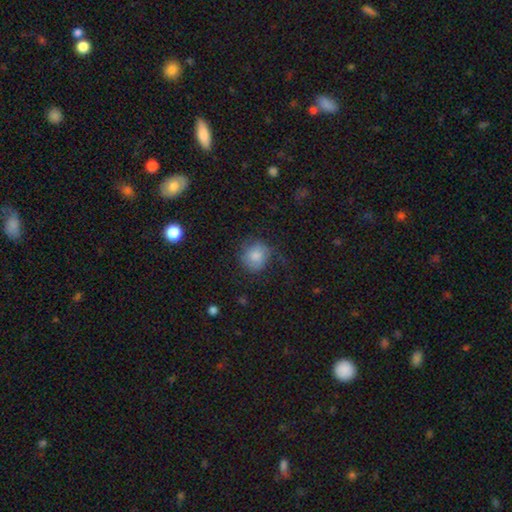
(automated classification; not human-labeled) smooth 78%, featured or disk 13%, star or artifact 9%. Down the decision tree: how rounded — round (78%); merging — none (61%).